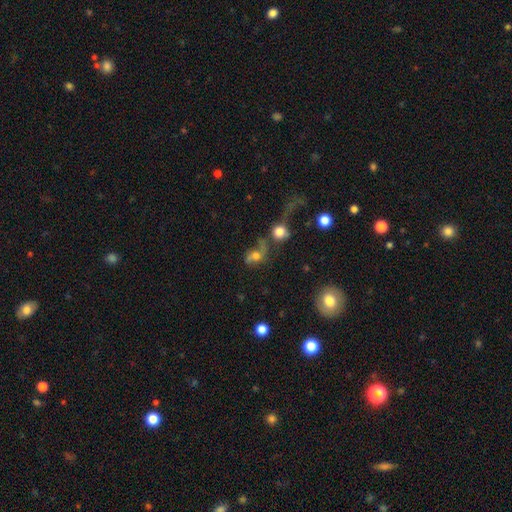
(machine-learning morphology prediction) type=smooth (48%); merging=merger (29%, tied with none).